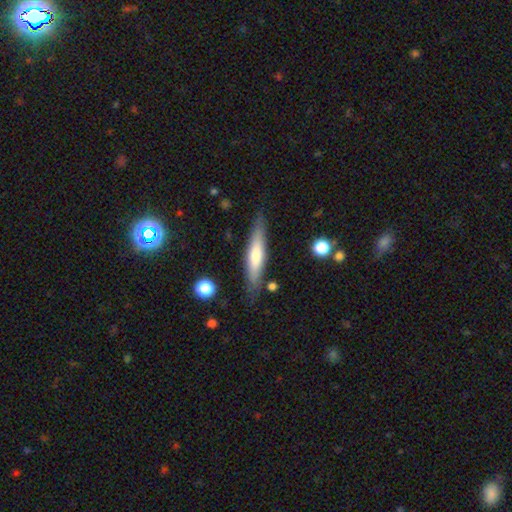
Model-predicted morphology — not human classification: This is possibly a smooth galaxy (52%). How rounded: clearly cigar-shaped (85%). Merging: clearly none (83%).